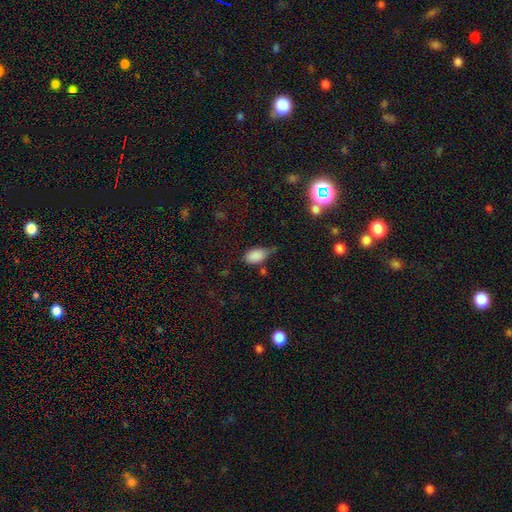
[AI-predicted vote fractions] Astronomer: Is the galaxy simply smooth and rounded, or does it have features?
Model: smooth — 85%.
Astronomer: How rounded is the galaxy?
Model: in between — 91%.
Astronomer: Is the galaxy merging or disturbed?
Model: none — 46% (runner-up: minor disturbance, 38%).